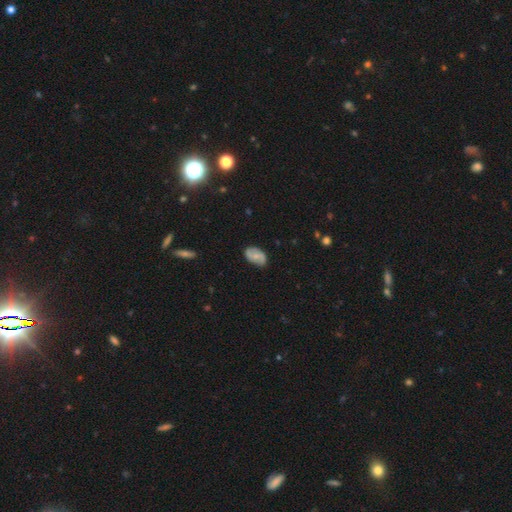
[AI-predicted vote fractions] The model was most divided on "smooth or featured": smooth: 49%, featured or disk: 44%, star or artifact: 7%. More confident: merging — none (76%).